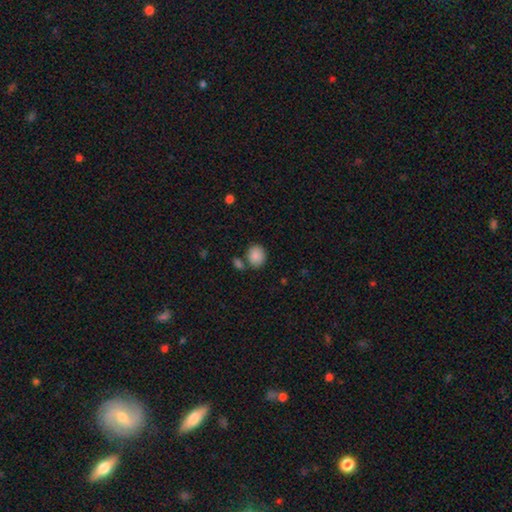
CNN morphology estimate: A smooth galaxy with no disk features (88%) that is round (69%).

Vote fractions:
- Smooth or featured? smooth: 88% / star or artifact: 8% / featured or disk: 4%
- How rounded? round: 69% / in between: 30% / cigar-shaped: 1%
- Merging? none: 70% / merger: 14% / minor disturbance: 12% / major disturbance: 4%